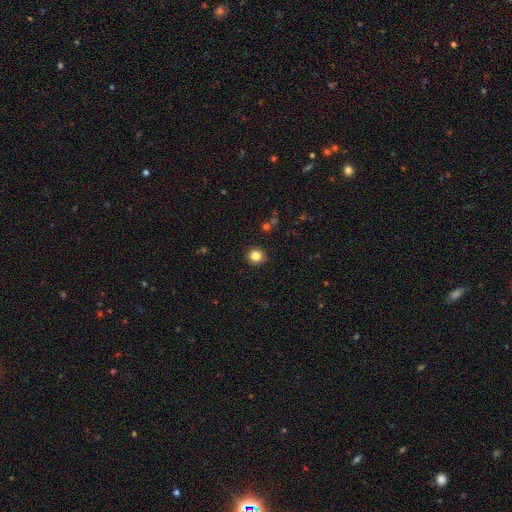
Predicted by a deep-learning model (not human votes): Smooth or featured? smooth (84%)
How rounded? round (89%)
Merging? none (91%)